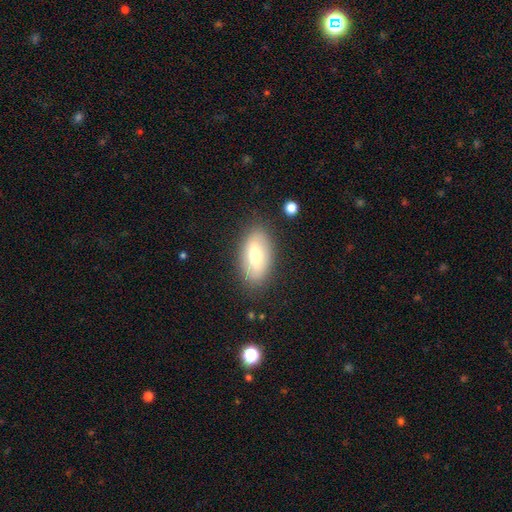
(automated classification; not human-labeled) Smooth or featured: smooth — 62% (featured or disk — 31%)
How rounded: in between — 91% (cigar-shaped — 6%)
Merging: none — 84% (minor disturbance — 11%)